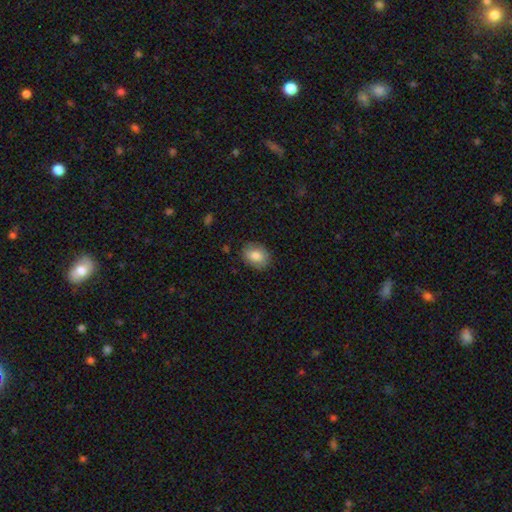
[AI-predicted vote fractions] A smooth galaxy with no disk features (83%) that is in between round and cigar-shaped (66%). Merging: none (85%).